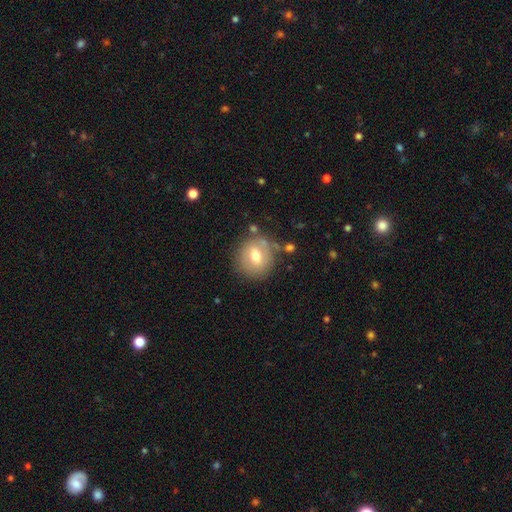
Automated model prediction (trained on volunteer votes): Smooth or featured: smooth — 62% (featured or disk — 29%)
How rounded: round — 74% (in between — 25%)
Merging: none — 76% (minor disturbance — 14%)